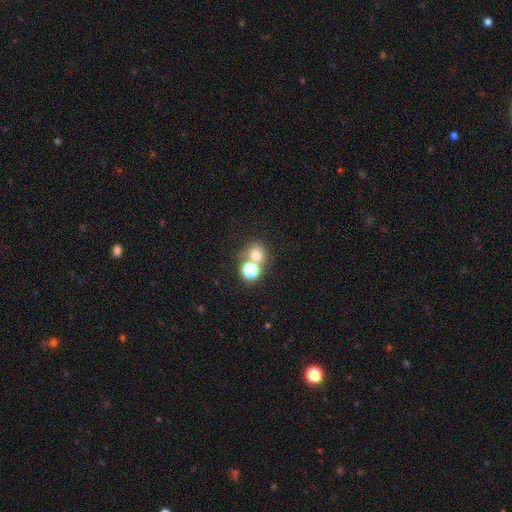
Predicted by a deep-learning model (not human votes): Smooth or featured?
  - smooth: 70% *
  - star or artifact: 20%
  - featured or disk: 10%
How rounded?
  - round: 81% *
  - in between: 18%
  - cigar-shaped: 1%
Merging?
  - none: 53% *
  - merger: 35%
  - minor disturbance: 7%
  - major disturbance: 4%